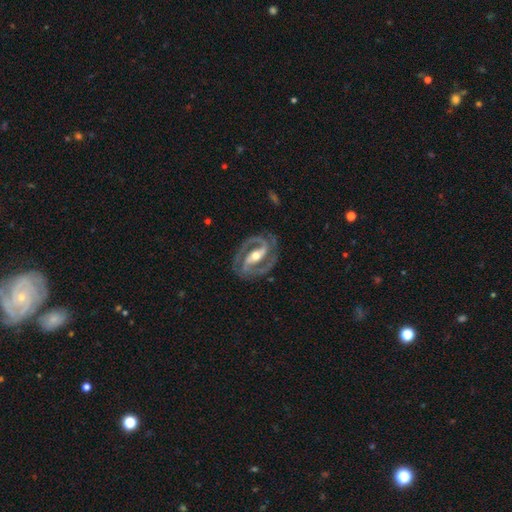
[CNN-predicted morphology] Overall: featured or disk (92%). Edge-on disk: no (96%). Bar: strong (64%). Spiral arms: yes (97%). Spiral arm count: 2 (93%). Spiral winding: medium (51%; tight 41%). Bulge size: moderate (67%). Merging: none (82%).